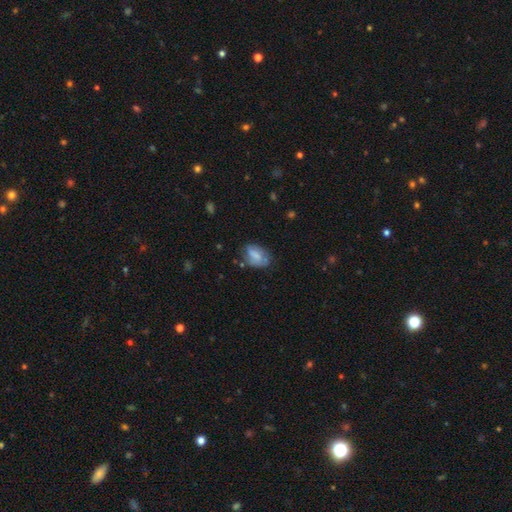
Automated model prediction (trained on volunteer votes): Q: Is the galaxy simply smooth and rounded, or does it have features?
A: smooth — 69%.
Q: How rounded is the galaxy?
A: in between — 84%.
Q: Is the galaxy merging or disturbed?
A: none — 55%.